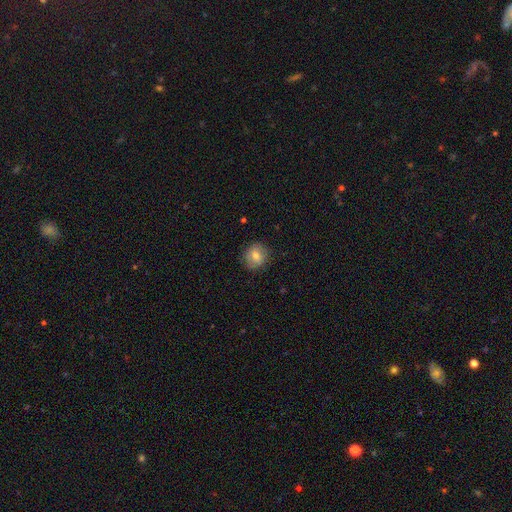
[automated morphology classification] This appears to be a smooth galaxy with no disk features (69%) that is round (81%). Merging: none (83%).